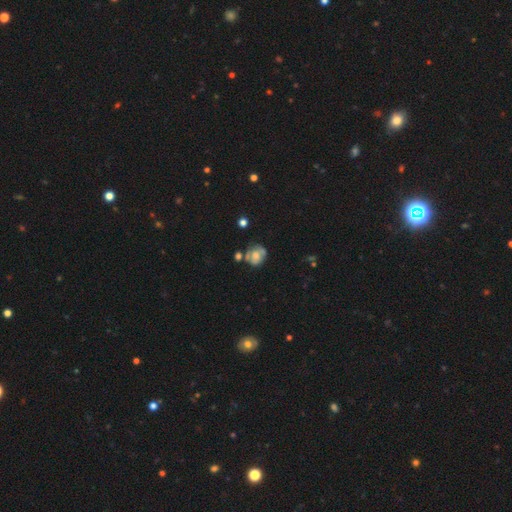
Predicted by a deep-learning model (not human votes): Overall: smooth (47%; featured or disk 42%). Merging: none (47%; minor disturbance 25%).